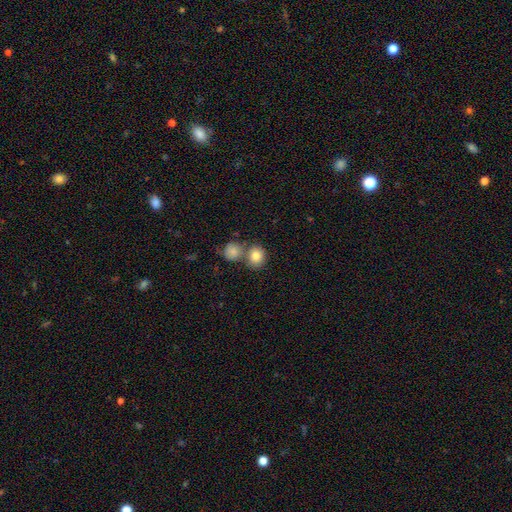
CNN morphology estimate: Q: Smooth or featured?
A: smooth (82%); runner-up: star or artifact (9%)
Q: How rounded?
A: round (74%); runner-up: in between (25%)
Q: Merging?
A: none (49%); runner-up: merger (39%)